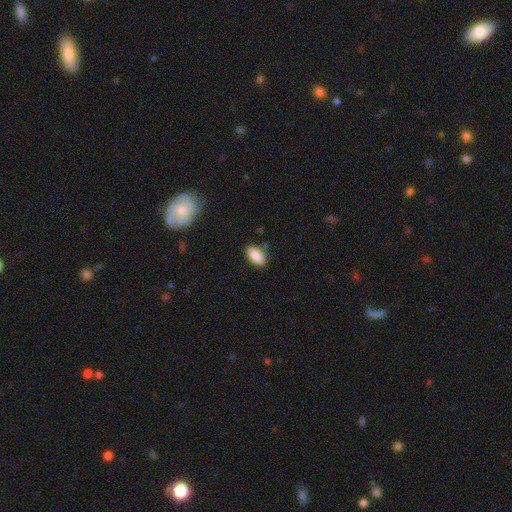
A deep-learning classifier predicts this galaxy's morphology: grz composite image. It shows a smooth galaxy with no disk features (86%) that is in between round and cigar-shaped (88%). Merging: none (76%).